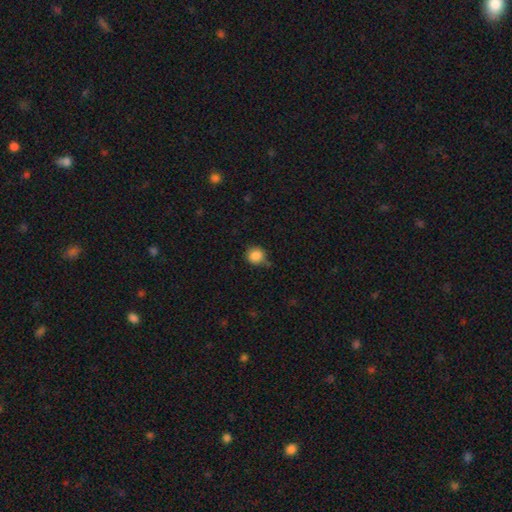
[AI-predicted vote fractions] Smooth or featured: smooth — 86% (star or artifact — 10%)
How rounded: round — 89% (in between — 10%)
Merging: none — 75% (minor disturbance — 18%)